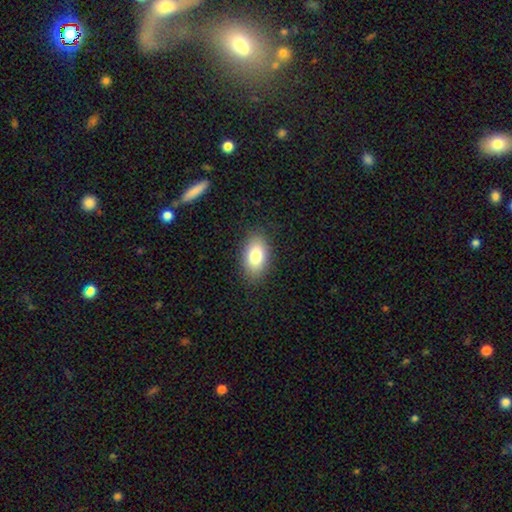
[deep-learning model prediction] smooth-or-featured: smooth: 81% | featured or disk: 11% | star or artifact: 8%
  how-rounded: in between: 92% | round: 7% | cigar-shaped: 2%
  merging: none: 86% | minor disturbance: 10% | major disturbance: 3% | merger: 1%